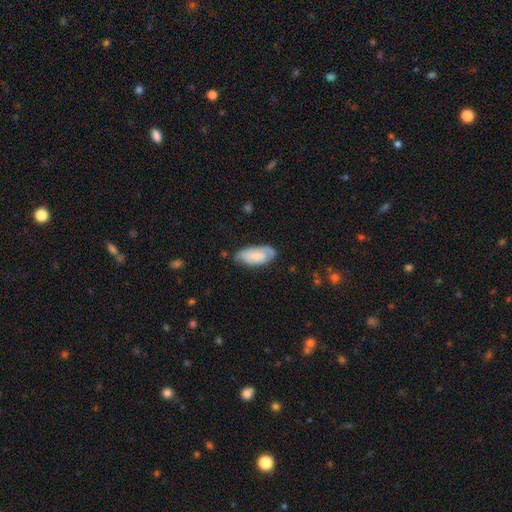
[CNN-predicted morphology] smooth 64%, featured or disk 30%, star or artifact 7%. Down the decision tree: how rounded — in between (92%); merging — none (59%).